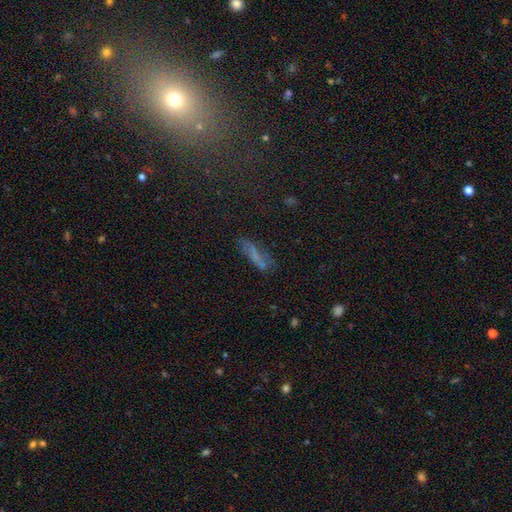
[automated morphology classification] This is possibly a smooth galaxy (52%). How rounded: likely cigar-shaped (66%). Merging: likely none (62%).